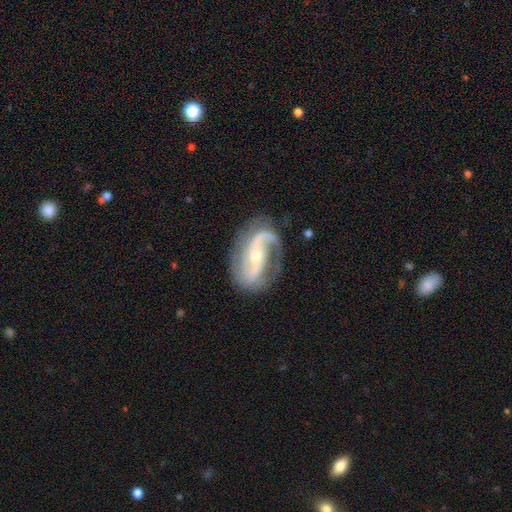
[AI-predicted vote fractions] This appears to be a featured or disk galaxy (89%) with no bar (34%), 2 (81%) medium (46%) spiral arms (97%) and a small central bulge (60%). Merging: none (71%).